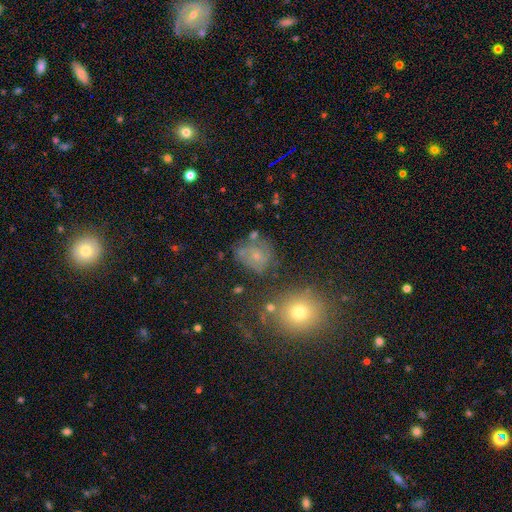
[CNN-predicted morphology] Smooth or featured: featured or disk — 40% (tied with smooth — 40%)
Merging: none — 57% (minor disturbance — 22%)